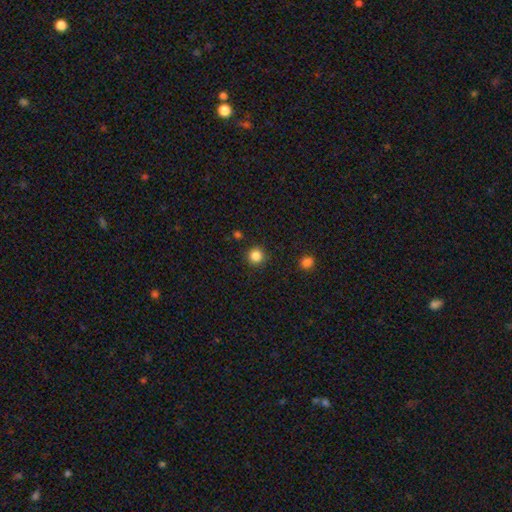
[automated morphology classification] The model was most divided on "smooth or featured": smooth: 85%, star or artifact: 12%, featured or disk: 4%. More confident: how rounded — round (95%); merging — none (91%).